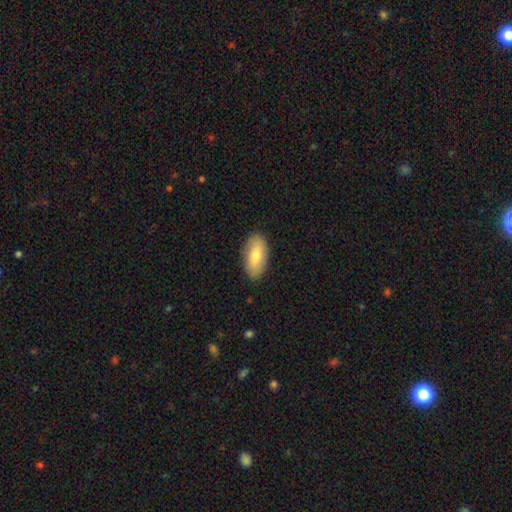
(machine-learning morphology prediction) Smooth or featured? smooth (74%)
How rounded? in between (91%)
Merging? none (87%)